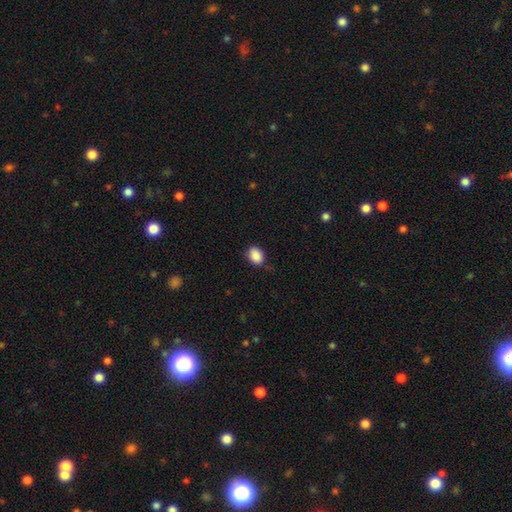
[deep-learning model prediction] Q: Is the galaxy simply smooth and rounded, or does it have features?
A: smooth — 89%.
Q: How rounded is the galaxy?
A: in between — 71%.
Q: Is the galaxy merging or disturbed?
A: none — 76%.